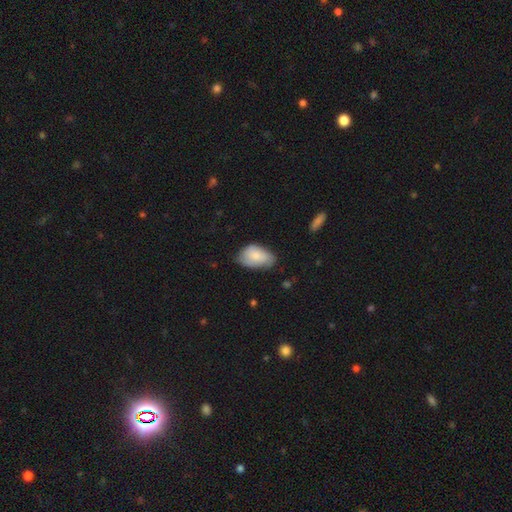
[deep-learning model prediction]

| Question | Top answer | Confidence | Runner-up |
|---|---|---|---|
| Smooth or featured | smooth | 77% | featured or disk (17%) |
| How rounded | in between | 92% | round (6%) |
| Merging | none | 55% | minor disturbance (36%) |